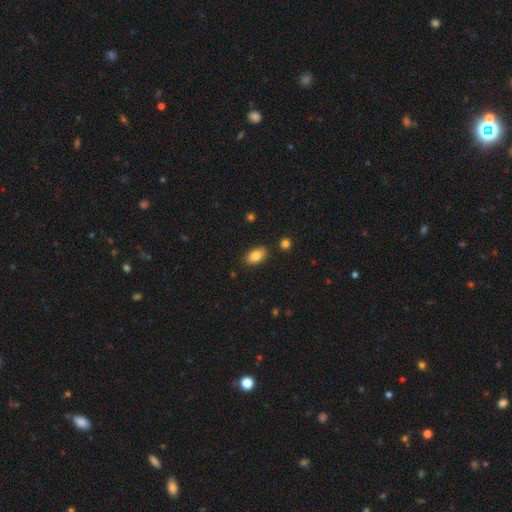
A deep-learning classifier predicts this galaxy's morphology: A smooth galaxy with no disk features (83%) that is in between round and cigar-shaped (91%).

Vote fractions:
- Smooth or featured? smooth: 83% / featured or disk: 9% / star or artifact: 8%
- How rounded? in between: 91% / round: 6% / cigar-shaped: 3%
- Merging? none: 86% / minor disturbance: 10% / merger: 2% / major disturbance: 2%